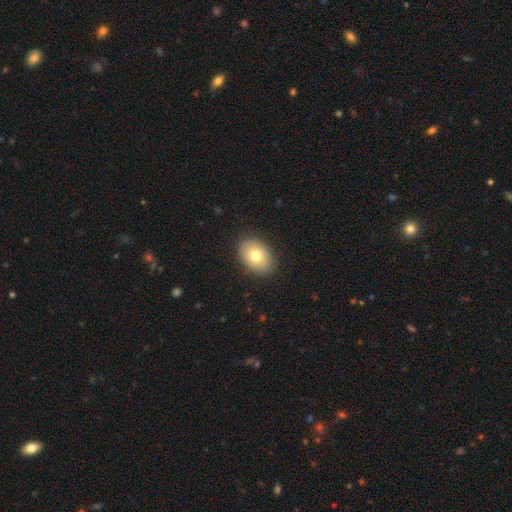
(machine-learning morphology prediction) smooth-or-featured: smooth: 76% | featured or disk: 16% | star or artifact: 9%
  how-rounded: in between: 78% | round: 21% | cigar-shaped: 1%
  merging: none: 87% | minor disturbance: 10% | major disturbance: 2% | merger: 1%